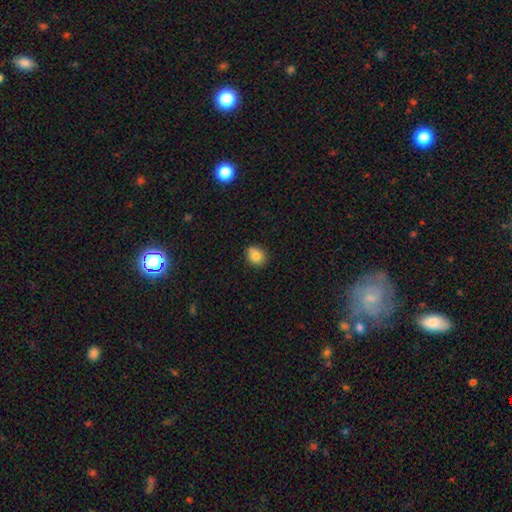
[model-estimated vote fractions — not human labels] smooth 83%, star or artifact 10%, featured or disk 7%. Down the decision tree: how rounded — round (70%); merging — none (81%).